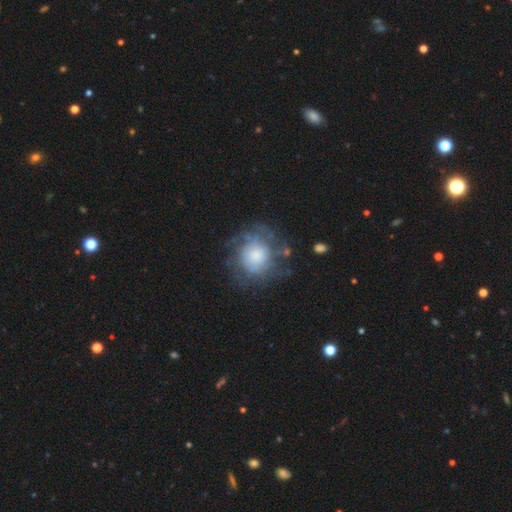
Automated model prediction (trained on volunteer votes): Smooth or featured?
  - smooth: 49% *
  - featured or disk: 41%
  - star or artifact: 10%
Merging?
  - none: 58% *
  - minor disturbance: 22%
  - major disturbance: 18%
  - merger: 3%